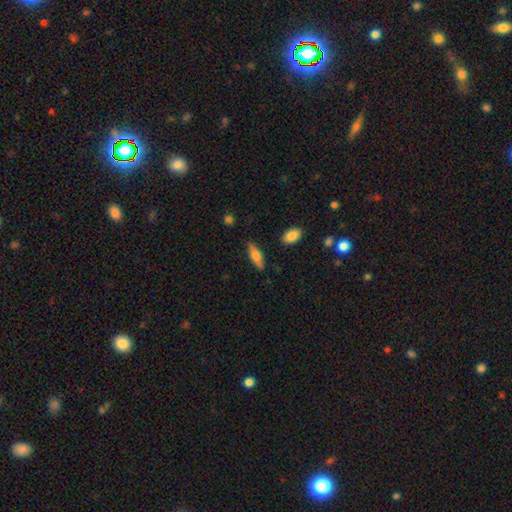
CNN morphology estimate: smooth 58%, featured or disk 35%, star or artifact 7%. Down the decision tree: how rounded — in between (53%); merging — none (83%).